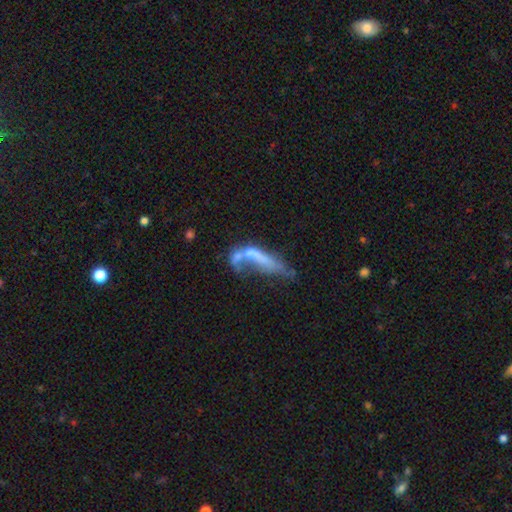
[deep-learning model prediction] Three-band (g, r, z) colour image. It shows a featured or disk galaxy (45%). Merging: merger (39%).